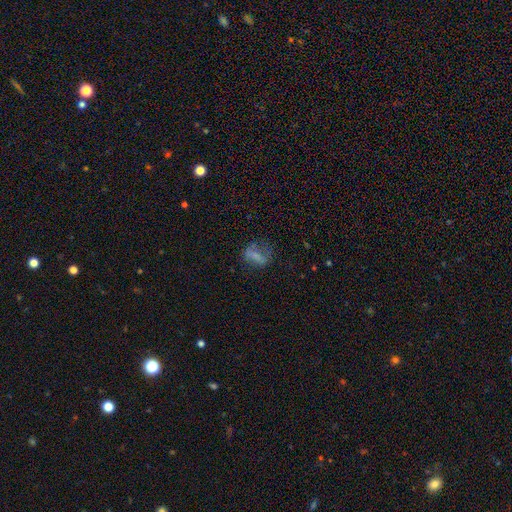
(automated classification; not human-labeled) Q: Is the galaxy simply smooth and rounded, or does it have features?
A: smooth — 60%.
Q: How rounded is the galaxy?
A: in between — 69%.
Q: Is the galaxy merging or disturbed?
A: none — 46%.